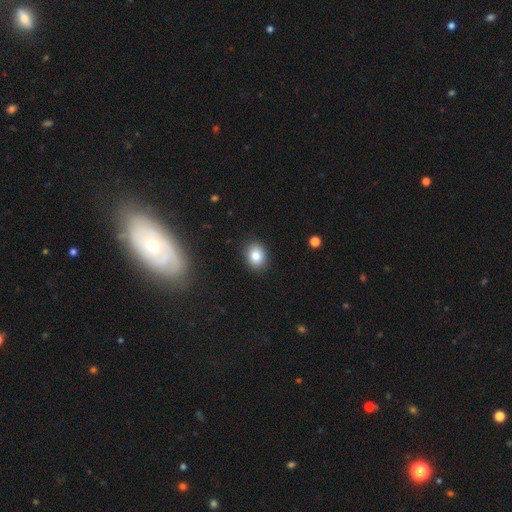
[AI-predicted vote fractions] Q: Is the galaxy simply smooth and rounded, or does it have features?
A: smooth — 83%.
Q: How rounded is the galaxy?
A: in between — 53%.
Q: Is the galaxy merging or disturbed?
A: none — 88%.